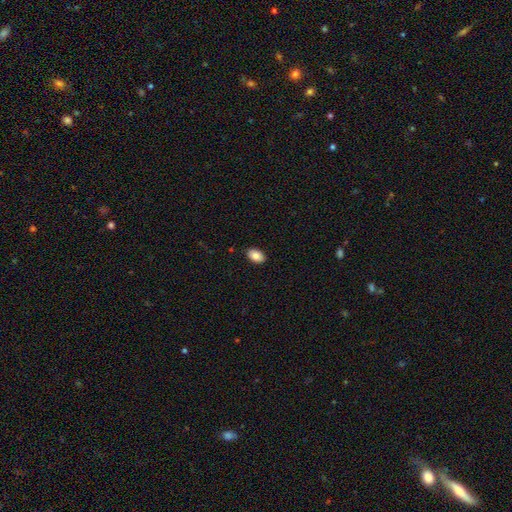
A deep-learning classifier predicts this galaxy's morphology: type=smooth (84%); roundness=in between (91%); merging=none (89%).